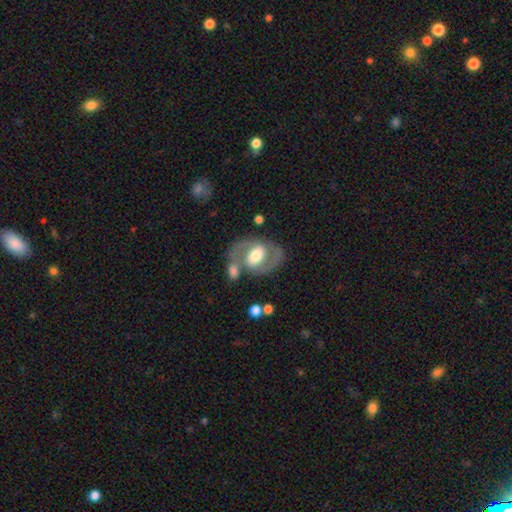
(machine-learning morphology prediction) Overall: featured or disk (71%). Edge-on disk: no (96%). Bar: weak (41%; strong 30%). Spiral arms: yes (74%). Spiral arm count: 2 (85%). Spiral winding: medium (55%; tight 24%). Bulge size: moderate (60%; large 25%). Merging: none (61%).